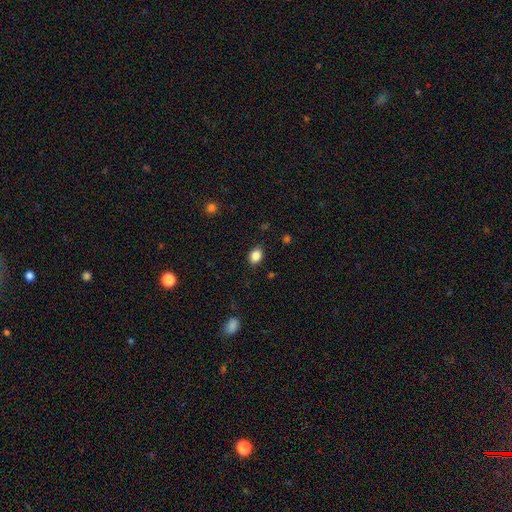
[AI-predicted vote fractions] Smooth or featured: smooth — 86% (star or artifact — 10%)
How rounded: in between — 63% (round — 36%)
Merging: none — 85% (minor disturbance — 11%)